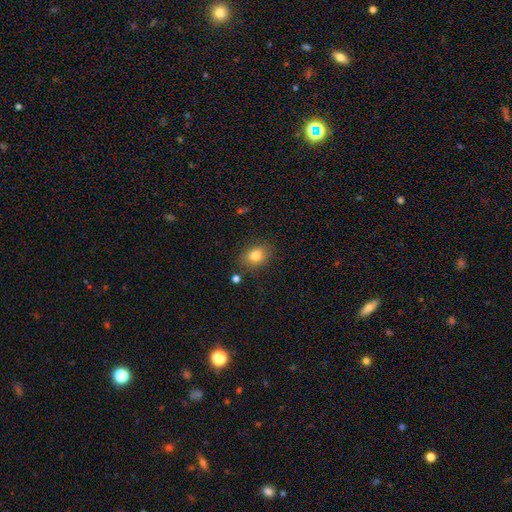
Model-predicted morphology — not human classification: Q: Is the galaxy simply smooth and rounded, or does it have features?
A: smooth — 80%.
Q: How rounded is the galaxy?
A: in between — 61%.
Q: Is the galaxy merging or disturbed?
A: none — 82%.